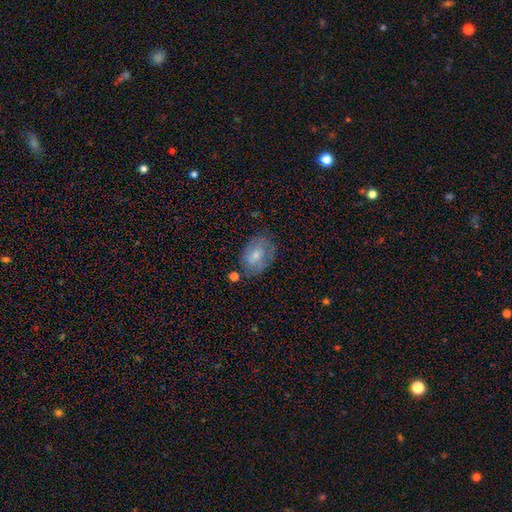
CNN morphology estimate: type=smooth (54%); roundness=in between (81%); merging=none (65%).